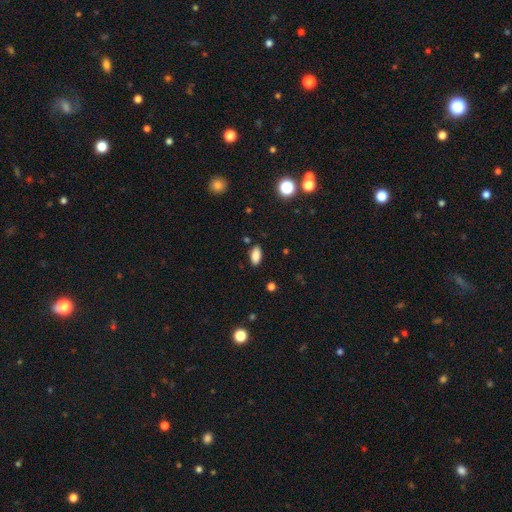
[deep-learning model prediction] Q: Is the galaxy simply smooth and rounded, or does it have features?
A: smooth — 85%.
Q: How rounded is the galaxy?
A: in between — 91%.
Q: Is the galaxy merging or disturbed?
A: none — 86%.